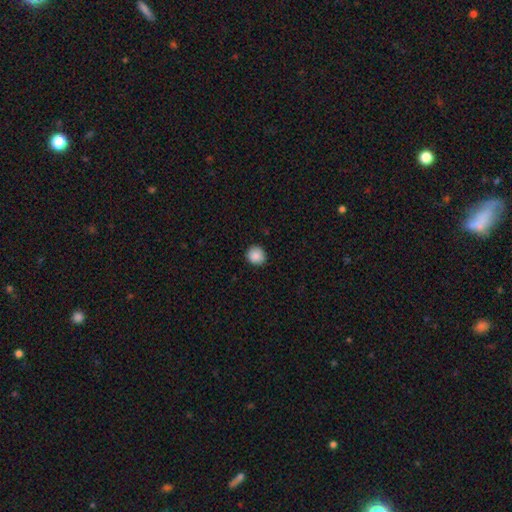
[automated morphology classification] This is clearly a smooth galaxy (89%). How rounded: clearly round (91%). Merging: clearly none (90%).